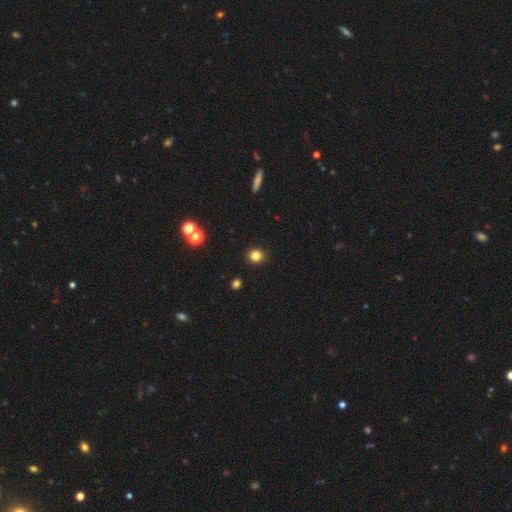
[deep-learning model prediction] smooth 81%, star or artifact 13%, featured or disk 5%. Down the decision tree: how rounded — round (88%); merging — none (92%).